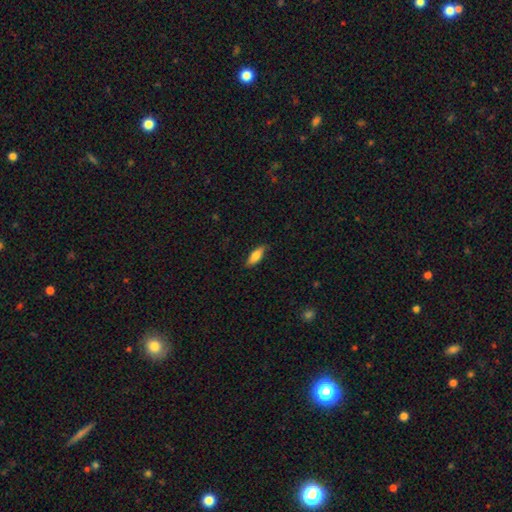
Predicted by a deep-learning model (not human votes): Overall: smooth (77%). How rounded: in between (63%; cigar-shaped 35%). Merging: none (83%).